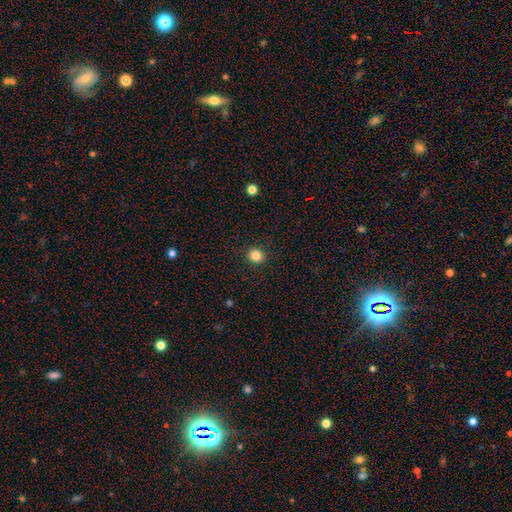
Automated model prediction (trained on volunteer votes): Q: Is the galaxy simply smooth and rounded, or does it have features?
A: smooth — 84%.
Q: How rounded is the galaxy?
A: round — 88%.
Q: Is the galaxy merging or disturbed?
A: none — 92%.